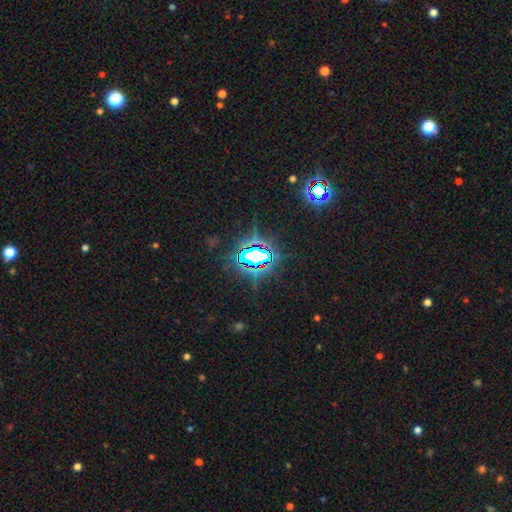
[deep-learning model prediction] The model was most divided on "smooth or featured": star or artifact: 78%, smooth: 12%, featured or disk: 10%.